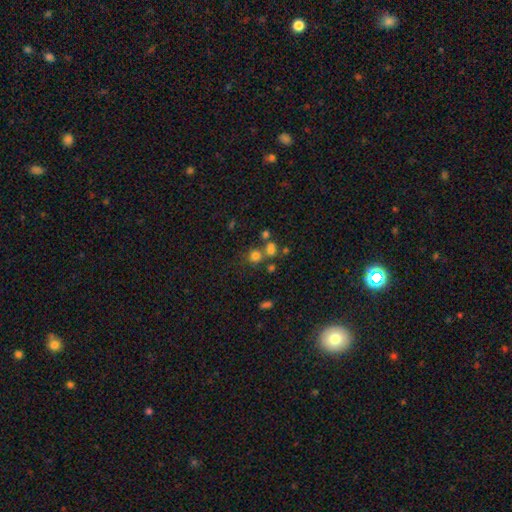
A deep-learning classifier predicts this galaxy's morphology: type=smooth (71%); roundness=round (85%); merging=none (58%).